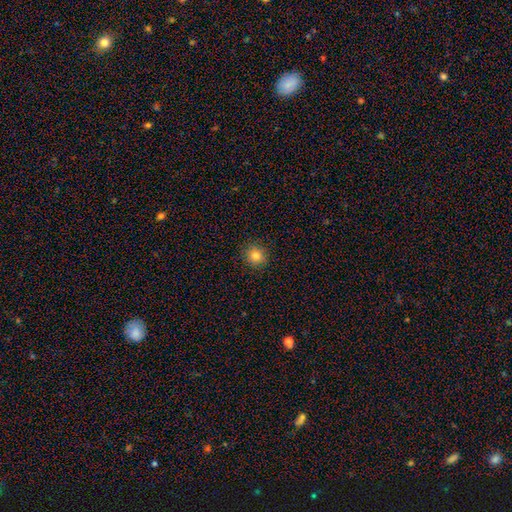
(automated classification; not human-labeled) A smooth galaxy with no disk features (81%) that is round (92%). Merging: none (91%).